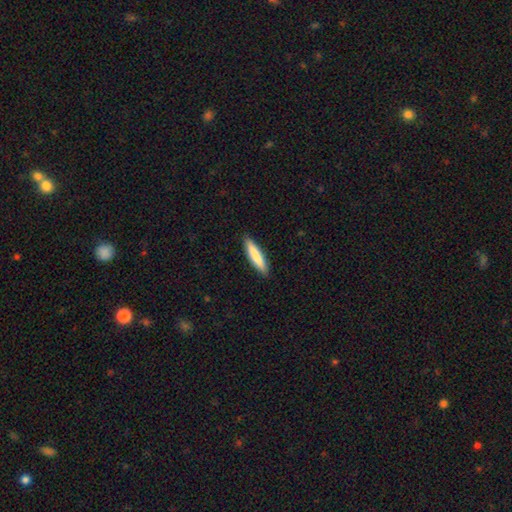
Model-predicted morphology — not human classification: A smooth galaxy with no disk features (82%) that is cigar-shaped (85%). Merging: none (90%).